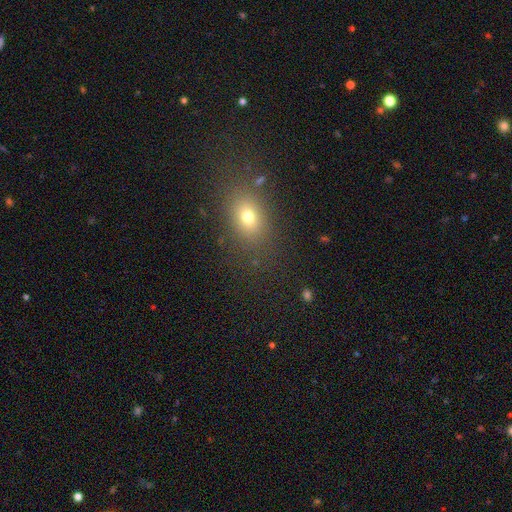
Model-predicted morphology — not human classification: smooth 62%, star or artifact 26%, featured or disk 11%. Down the decision tree: how rounded — in between (64%); merging — none (84%).